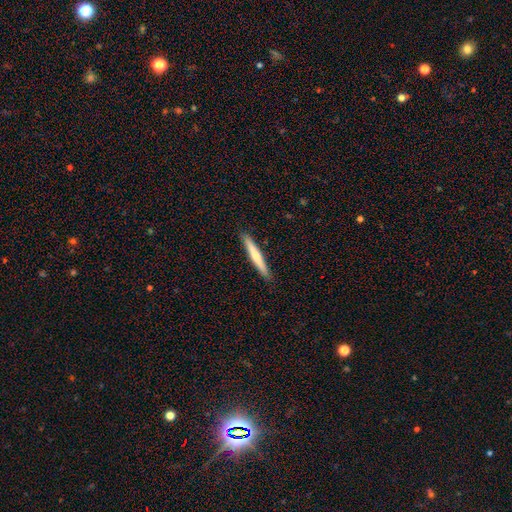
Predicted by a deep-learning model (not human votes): This is possibly a smooth galaxy (54%). How rounded: clearly cigar-shaped (96%). Merging: clearly none (91%).